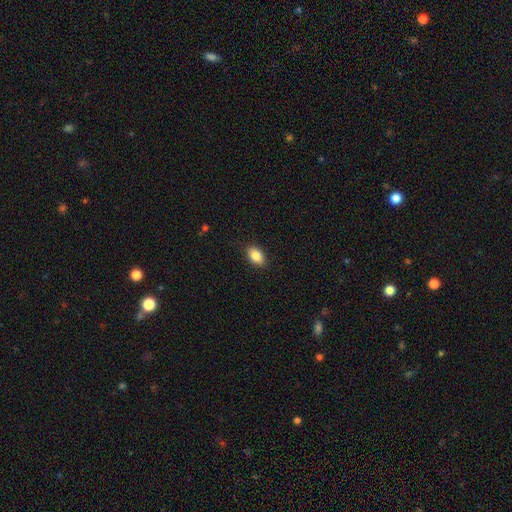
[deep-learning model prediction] A smooth galaxy with no disk features (87%) that is in between round and cigar-shaped (89%).

Vote fractions:
- Smooth or featured? smooth: 87% / star or artifact: 8% / featured or disk: 6%
- How rounded? in between: 89% / round: 9% / cigar-shaped: 2%
- Merging? none: 88% / minor disturbance: 9% / major disturbance: 2% / merger: 1%